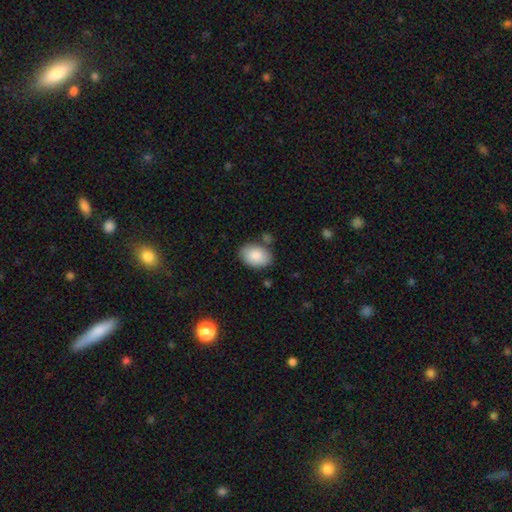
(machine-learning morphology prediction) smooth-or-featured: smooth: 86% | featured or disk: 7% | star or artifact: 6%
  how-rounded: in between: 85% | round: 14% | cigar-shaped: 1%
  merging: none: 78% | minor disturbance: 14% | merger: 5% | major disturbance: 3%